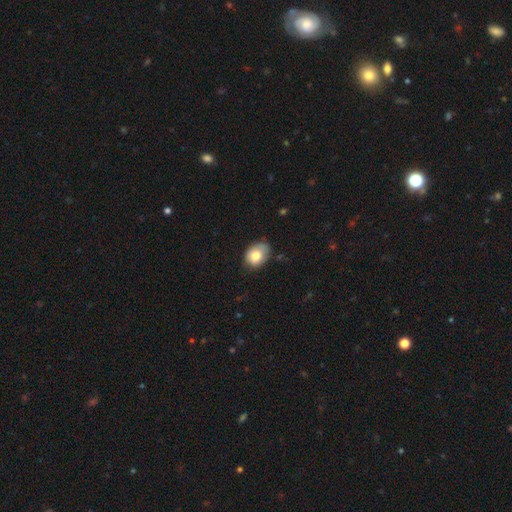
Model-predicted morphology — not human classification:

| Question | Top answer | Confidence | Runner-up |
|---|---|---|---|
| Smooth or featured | smooth | 76% | featured or disk (16%) |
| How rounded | in between | 63% | round (36%) |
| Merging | none | 57% | minor disturbance (33%) |